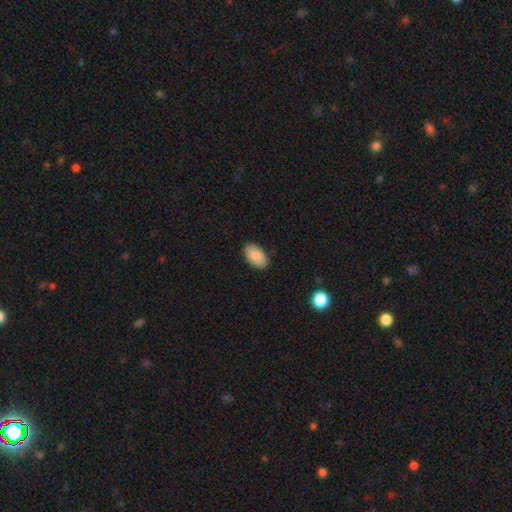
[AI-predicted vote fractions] smooth 90%, star or artifact 6%, featured or disk 3%. Down the decision tree: how rounded — in between (95%); merging — none (88%).